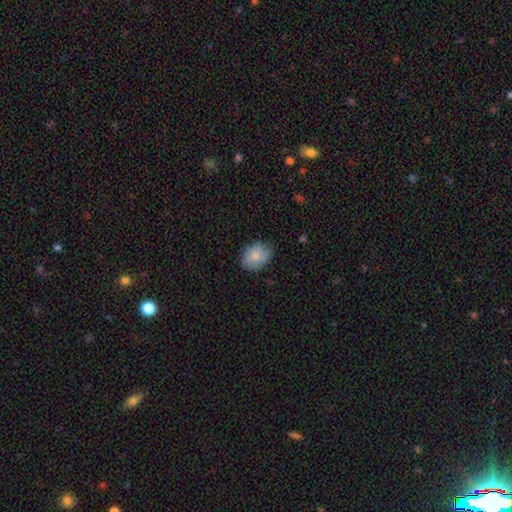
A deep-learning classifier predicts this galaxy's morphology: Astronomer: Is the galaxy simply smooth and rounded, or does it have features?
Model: smooth — 82%.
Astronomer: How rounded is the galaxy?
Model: in between — 58% (runner-up: round, 41%).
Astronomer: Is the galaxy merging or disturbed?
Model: none — 80%.